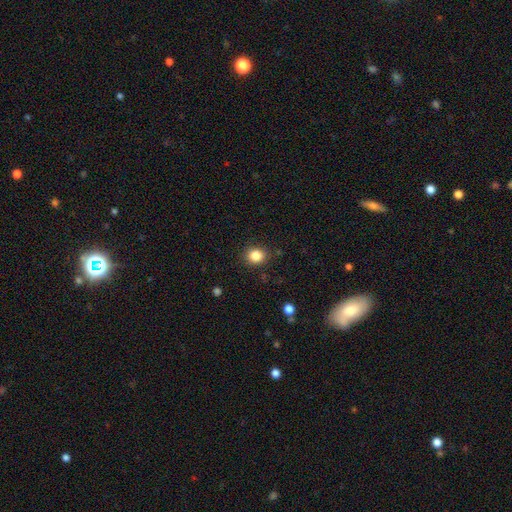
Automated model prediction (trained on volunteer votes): A smooth galaxy with no disk features (84%) that is round (78%).

Vote fractions:
- Smooth or featured? smooth: 84% / star or artifact: 11% / featured or disk: 5%
- How rounded? round: 78% / in between: 22% / cigar-shaped: 1%
- Merging? none: 88% / minor disturbance: 8% / major disturbance: 3% / merger: 1%